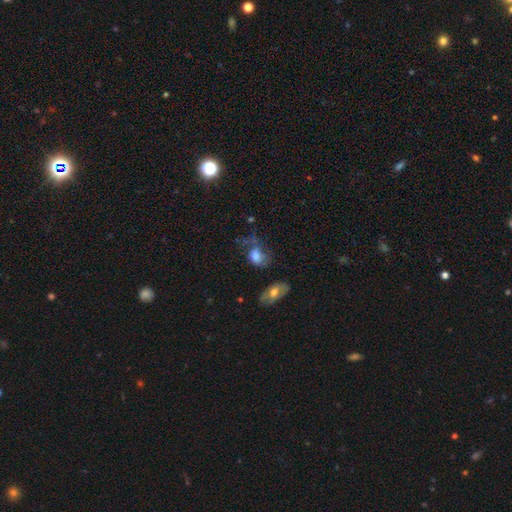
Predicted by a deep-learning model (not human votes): smooth 69%, featured or disk 20%, star or artifact 11%. Down the decision tree: how rounded — in between (72%); merging — major disturbance (35%).